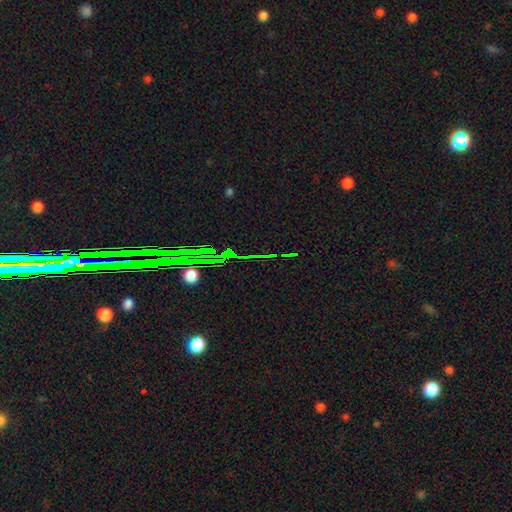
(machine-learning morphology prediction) Smooth or featured?
  - star or artifact: 79% *
  - featured or disk: 11%
  - smooth: 10%